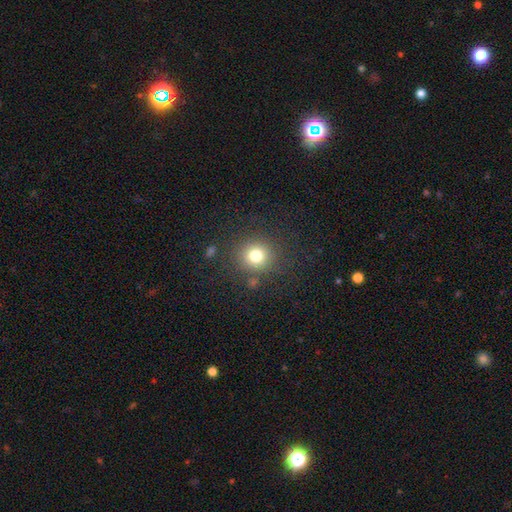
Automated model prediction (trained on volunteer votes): smooth-or-featured: smooth: 78% | star or artifact: 14% | featured or disk: 8%
  how-rounded: round: 89% | in between: 10% | cigar-shaped: 1%
  merging: none: 84% | minor disturbance: 8% | major disturbance: 4% | merger: 3%